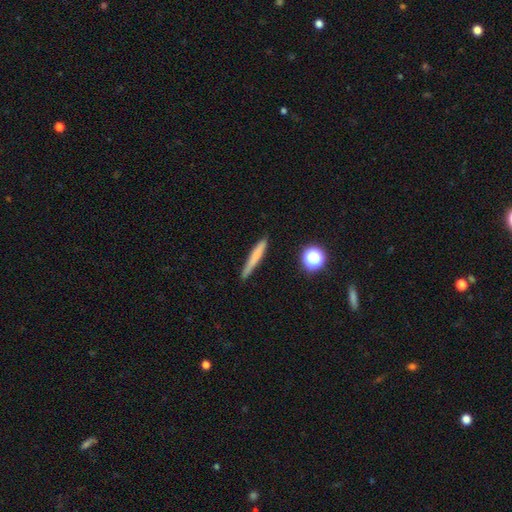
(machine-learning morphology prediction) A smooth galaxy with no disk features (67%) that is cigar-shaped (94%). Merging: none (83%).